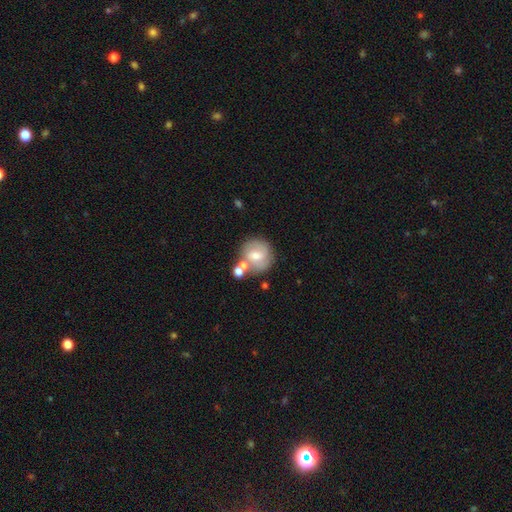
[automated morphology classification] This is possibly a smooth galaxy (52%). How rounded: clearly round (88%). Merging: possibly none (59%).